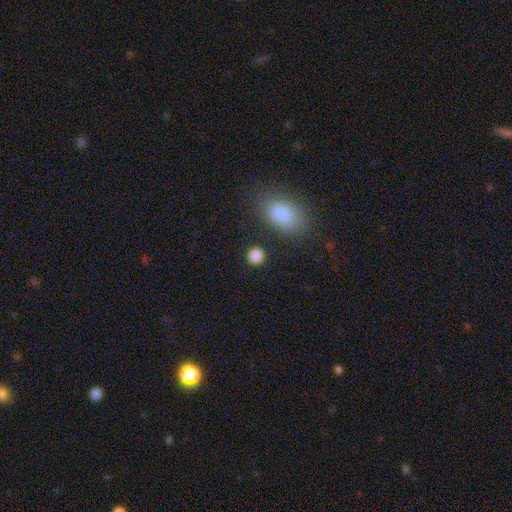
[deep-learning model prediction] Morphology: type=smooth (86%); roundness=round (89%); merging=none (87%).